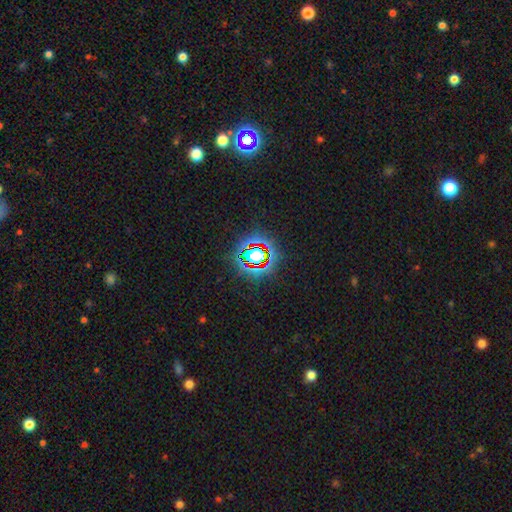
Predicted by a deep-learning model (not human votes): A star or artifact, not a galaxy (72%).